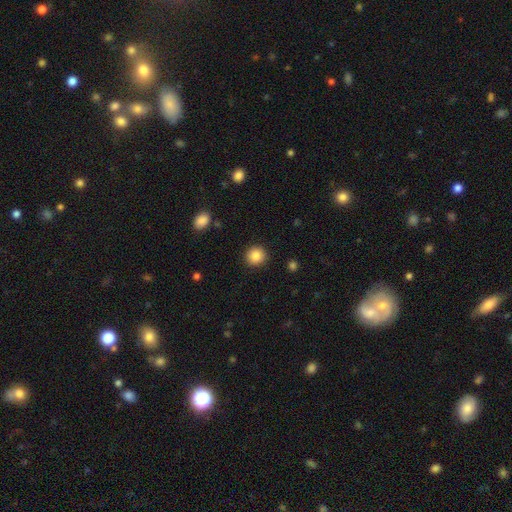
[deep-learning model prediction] A smooth galaxy with no disk features (86%) that is round (92%). Merging: none (91%).